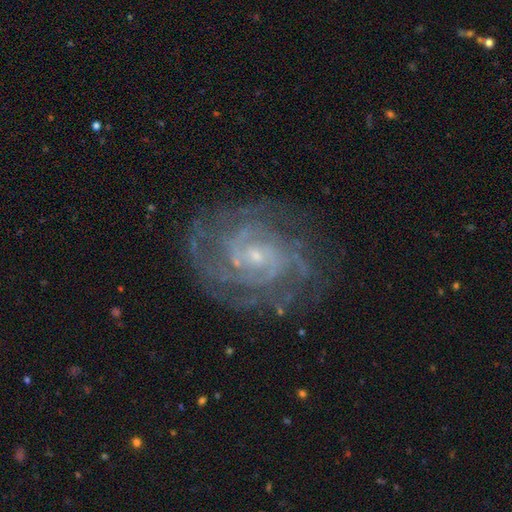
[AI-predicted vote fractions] featured or disk 89%, star or artifact 6%, smooth 4%. Down the decision tree: edge-on disk — no (98%); bar — no (64%); spiral arms — yes (97%); spiral arm count — can't tell (24%); spiral winding — tight (69%); bulge size — small (79%); merging — none (78%).